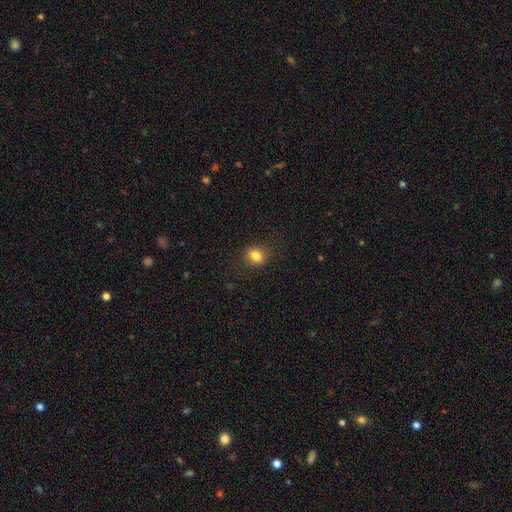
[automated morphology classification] smooth 82%, star or artifact 11%, featured or disk 6%. Down the decision tree: how rounded — round (59%); merging — none (84%).